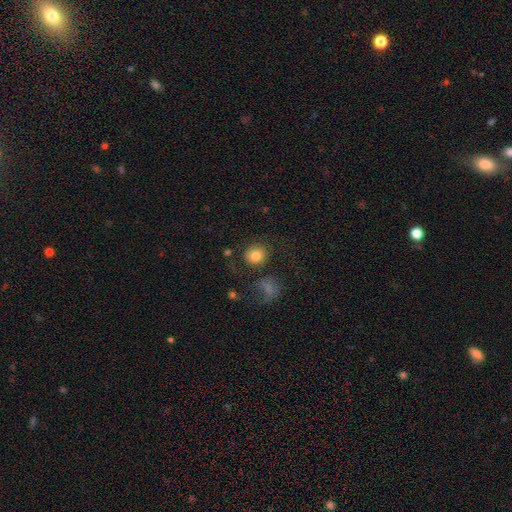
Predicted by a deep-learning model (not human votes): A smooth galaxy with no disk features (80%) that is round (85%).

Vote fractions:
- Smooth or featured? smooth: 80% / star or artifact: 11% / featured or disk: 9%
- How rounded? round: 85% / in between: 14% / cigar-shaped: 1%
- Merging? none: 76% / minor disturbance: 10% / major disturbance: 7% / merger: 7%